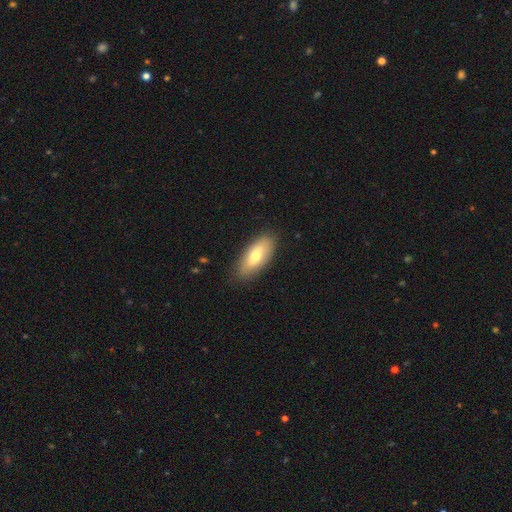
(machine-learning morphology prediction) This appears to be a smooth galaxy with no disk features (68%) that is in between round and cigar-shaped (83%). Merging: none (85%).